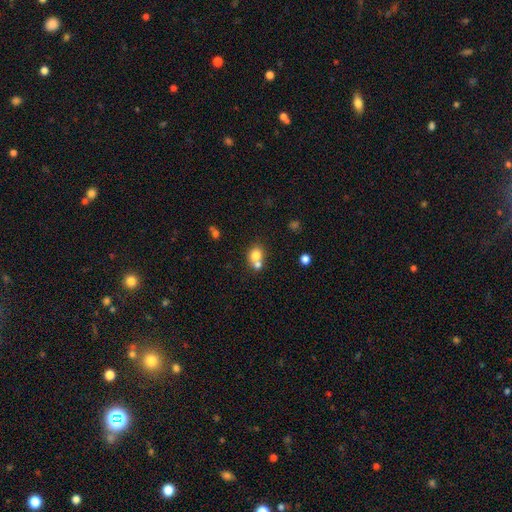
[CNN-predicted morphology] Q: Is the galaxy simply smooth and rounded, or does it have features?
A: smooth — 77%.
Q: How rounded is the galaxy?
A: round — 70%.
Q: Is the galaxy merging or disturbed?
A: merger — 53%.